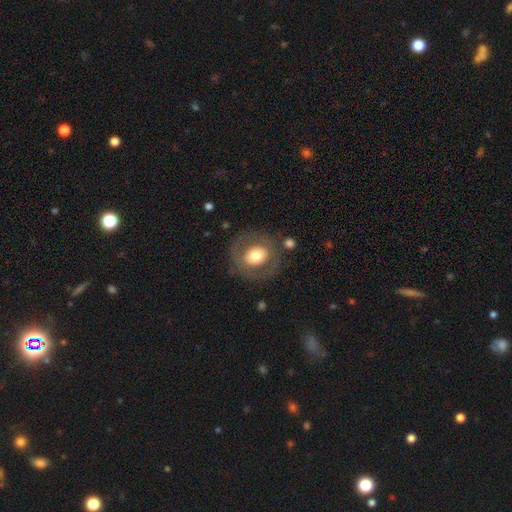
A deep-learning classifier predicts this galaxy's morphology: smooth 55%, featured or disk 38%, star or artifact 7%. Down the decision tree: how rounded — round (80%); merging — none (79%).